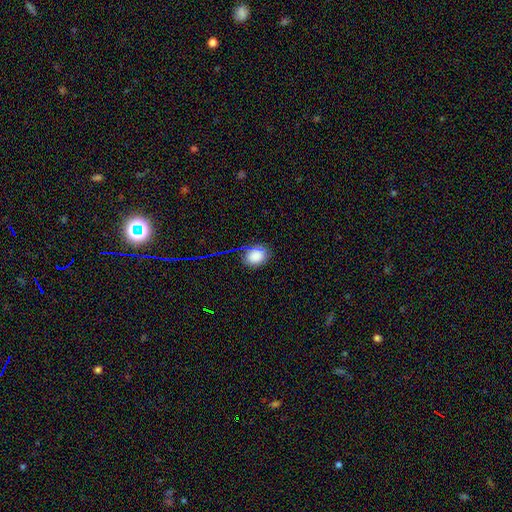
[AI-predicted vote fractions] A smooth galaxy with no disk features (74%) that is in between round and cigar-shaped (63%).

Vote fractions:
- Smooth or featured? smooth: 74% / star or artifact: 15% / featured or disk: 11%
- How rounded? in between: 63% / round: 36% / cigar-shaped: 2%
- Merging? none: 69% / minor disturbance: 20% / major disturbance: 8% / merger: 3%